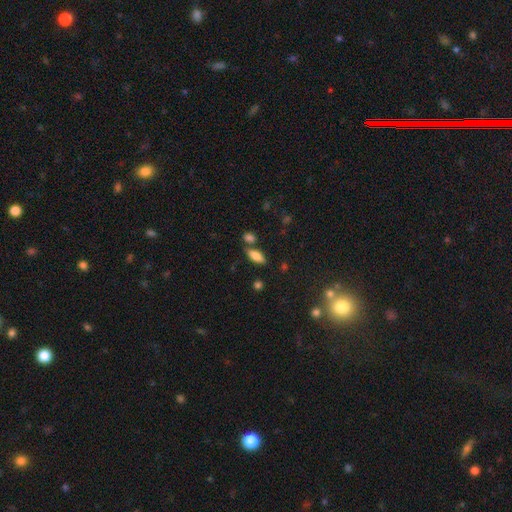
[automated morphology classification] Overall: smooth (75%). How rounded: in between (74%). Merging: none (70%).